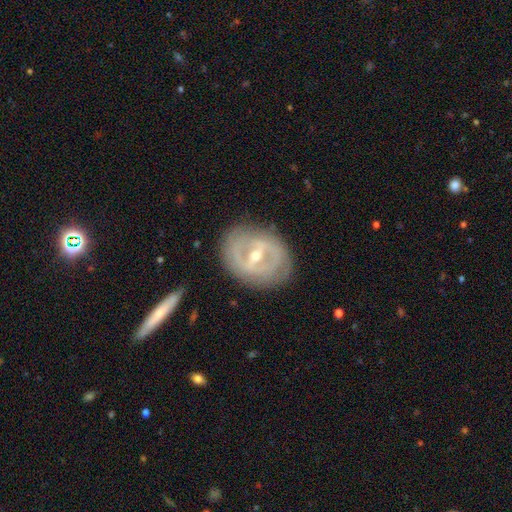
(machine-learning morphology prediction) A featured or disk galaxy (80%) with a strong bar (56%), spiral arms (53%) and a moderate central bulge (56%).

Vote fractions:
- Smooth or featured? featured or disk: 80% / smooth: 15% / star or artifact: 5%
- Edge-on disk? no: 93% / yes: 7%
- Bar? strong: 56% / weak: 32% / no: 11%
- Spiral arms? yes: 53% / no: 47%
- Bulge size? moderate: 56% / small: 40% / large: 2% / none: 1% / dominant: 1%
- Merging? none: 79% / minor disturbance: 14% / major disturbance: 6% / merger: 1%